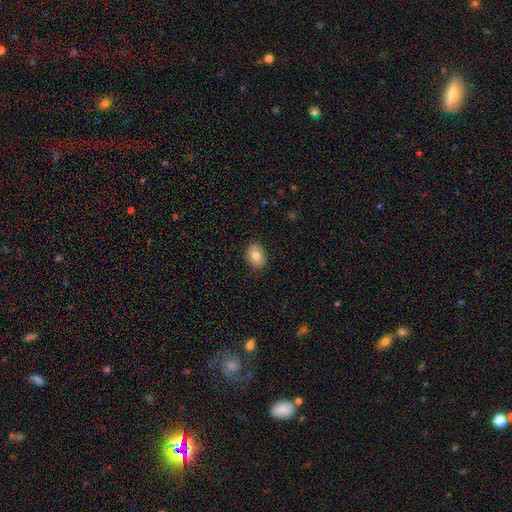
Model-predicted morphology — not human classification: smooth_or_featured: smooth (p=0.78) [alt: featured or disk p=0.13]
how_rounded: in between (p=0.61) [alt: round p=0.38]
merging: none (p=0.87) [alt: minor disturbance p=0.10]